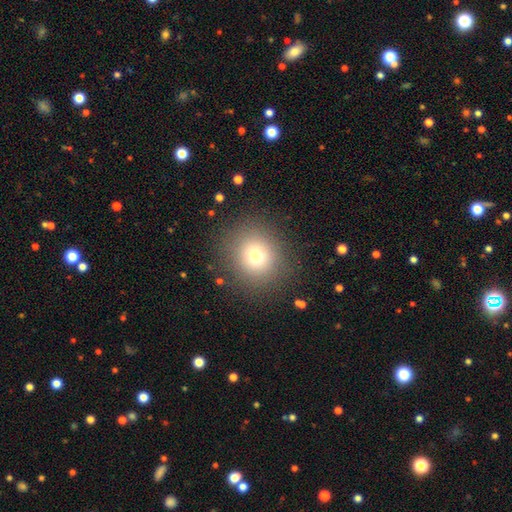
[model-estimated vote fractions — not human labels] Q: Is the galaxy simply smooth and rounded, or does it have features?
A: smooth — 72%.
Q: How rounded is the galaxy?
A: round — 89%.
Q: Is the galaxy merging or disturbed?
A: none — 88%.